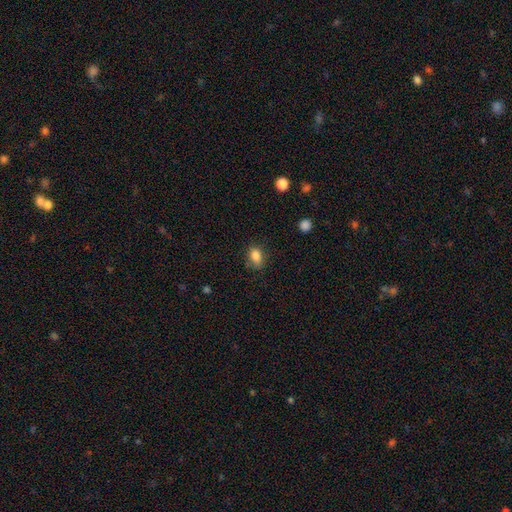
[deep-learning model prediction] smooth-or-featured: smooth: 84% | star or artifact: 10% | featured or disk: 6%
  how-rounded: in between: 76% | round: 22% | cigar-shaped: 2%
  merging: none: 75% | minor disturbance: 19% | major disturbance: 4% | merger: 2%